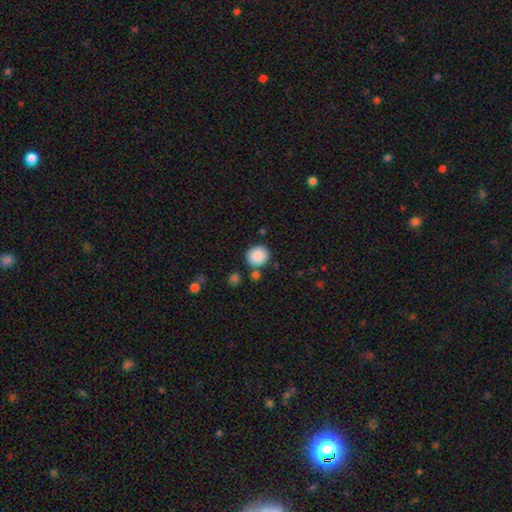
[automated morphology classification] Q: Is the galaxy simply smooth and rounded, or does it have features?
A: smooth — 88%.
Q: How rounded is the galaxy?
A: round — 86%.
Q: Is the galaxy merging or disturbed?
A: none — 77%.